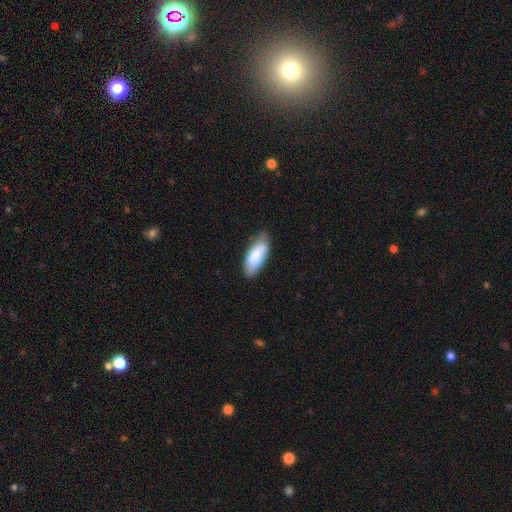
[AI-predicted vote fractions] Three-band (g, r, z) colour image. It shows a smooth galaxy with no disk features (81%) that is in between round and cigar-shaped (80%). Merging: none (72%).